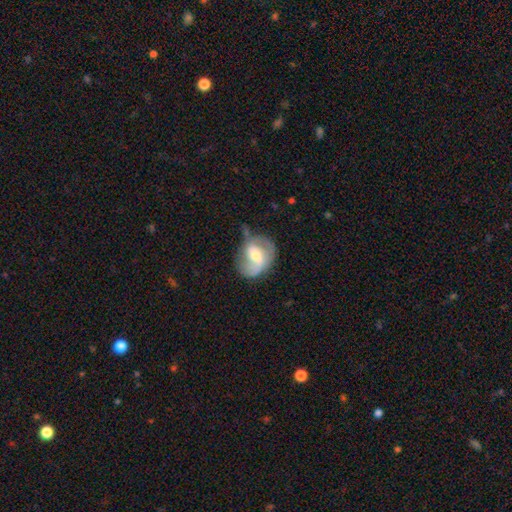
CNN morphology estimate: The model was most divided on "bar": weak: 45%, no: 39%, strong: 16%. Remaining: edge-on disk — no (97%); spiral arms — yes (81%); smooth or featured — featured or disk (63%); bulge size — moderate (52%); merging — none (42%).